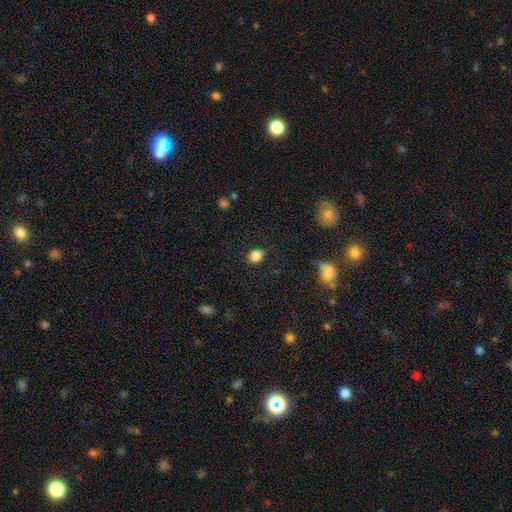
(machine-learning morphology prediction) This is clearly a smooth galaxy (85%). How rounded: possibly round (57%). Merging: clearly none (86%).